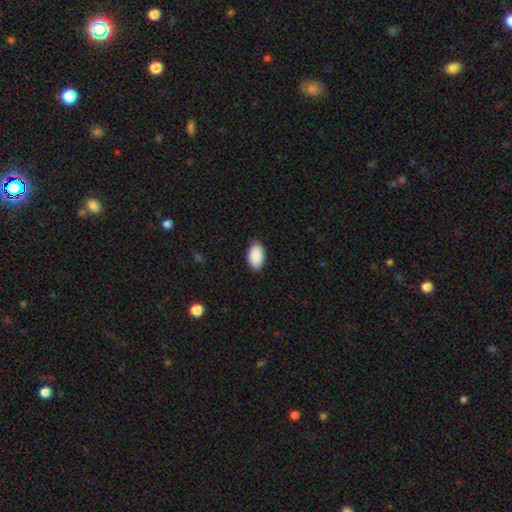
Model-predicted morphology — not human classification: Q: Smooth or featured?
A: smooth (91%); runner-up: star or artifact (6%)
Q: How rounded?
A: in between (95%); runner-up: round (4%)
Q: Merging?
A: none (87%); runner-up: minor disturbance (10%)